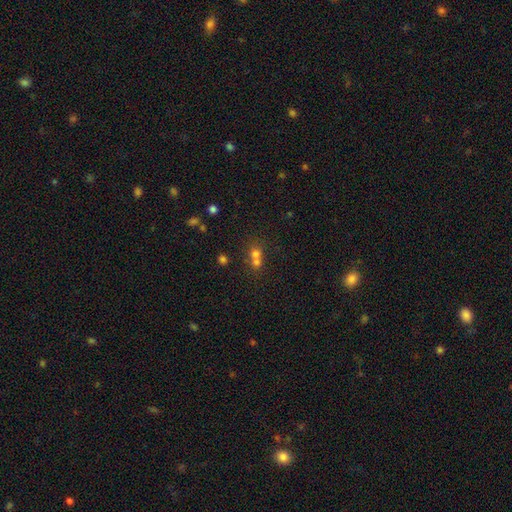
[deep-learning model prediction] Overall: smooth (66%). How rounded: round (78%). Merging: merger (60%; none 31%).